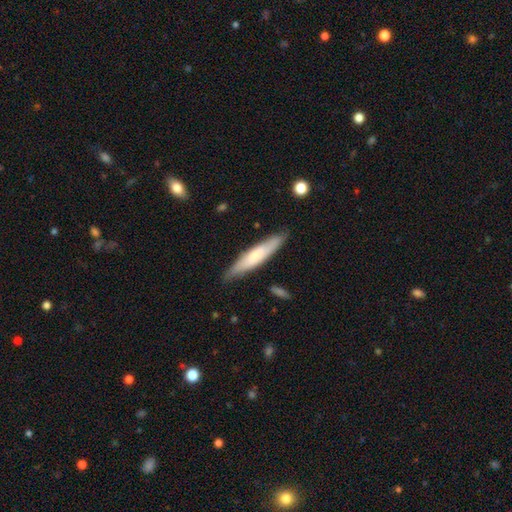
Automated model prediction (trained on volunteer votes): Overall: smooth (63%; featured or disk 32%). How rounded: cigar-shaped (85%). Merging: none (82%).